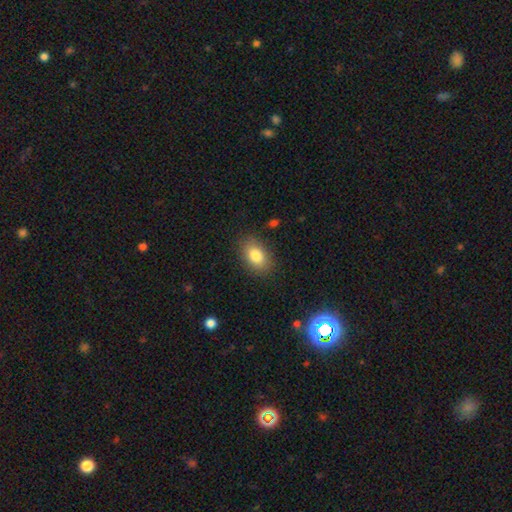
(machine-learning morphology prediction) smooth-or-featured: smooth: 83% | featured or disk: 9% | star or artifact: 8%
  how-rounded: in between: 86% | round: 12% | cigar-shaped: 2%
  merging: none: 85% | minor disturbance: 11% | major disturbance: 3% | merger: 1%